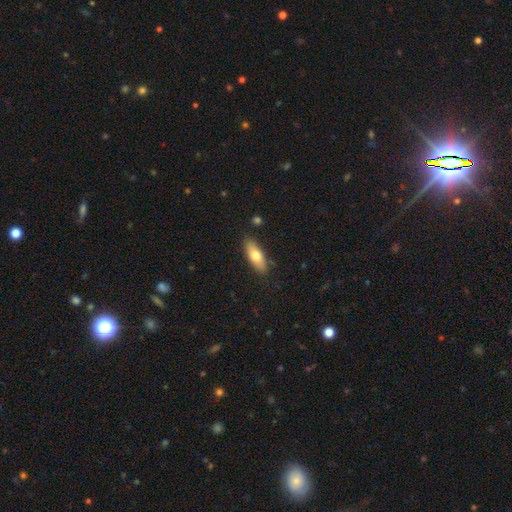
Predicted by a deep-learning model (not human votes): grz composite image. It shows a smooth galaxy with no disk features (71%) that is in between round and cigar-shaped (70%). Merging: none (85%).